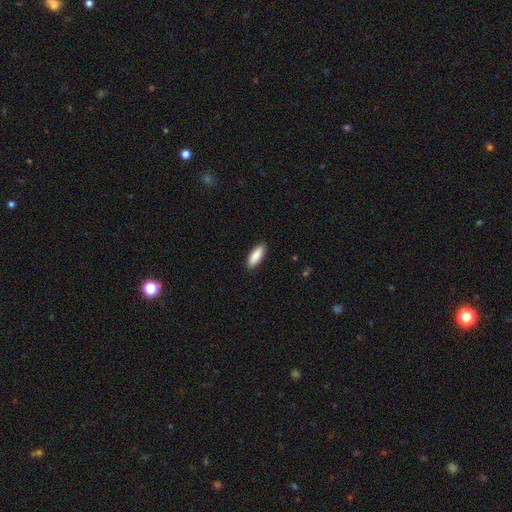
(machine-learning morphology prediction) This appears to be a smooth galaxy with no disk features (90%) that is in between round and cigar-shaped (66%). Merging: none (90%).